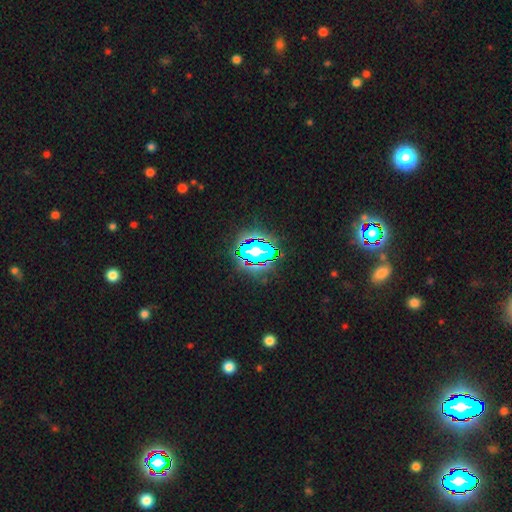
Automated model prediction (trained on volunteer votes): Smooth or featured? star or artifact (81%)